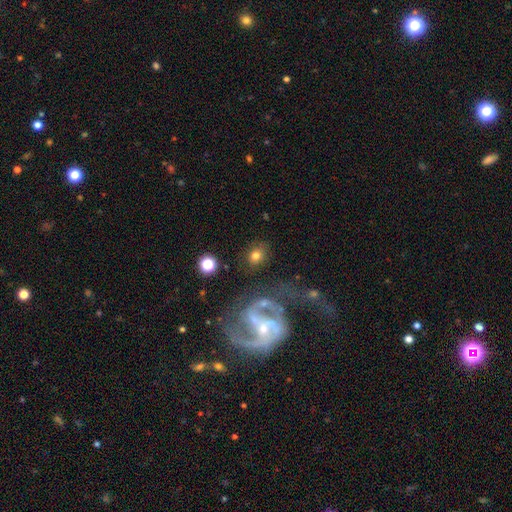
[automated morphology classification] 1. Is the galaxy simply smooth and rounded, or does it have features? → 70% smooth, 19% featured or disk, 12% star or artifact.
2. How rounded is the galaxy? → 61% round, 38% in between, 1% cigar-shaped.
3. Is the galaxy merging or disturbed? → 76% none, 12% minor disturbance, 7% major disturbance, 5% merger.